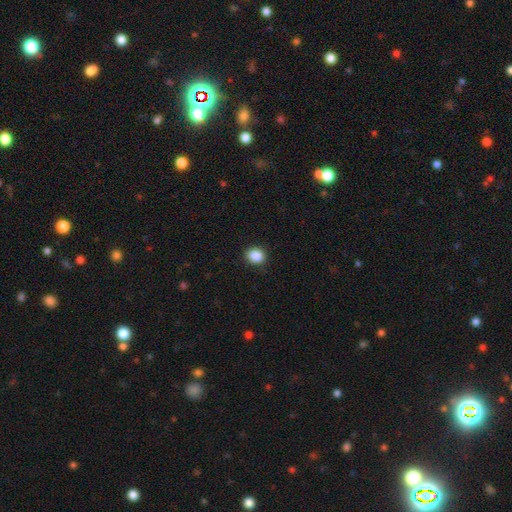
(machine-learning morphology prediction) Smooth or featured: smooth — 88% (star or artifact — 9%)
How rounded: round — 63% (in between — 36%)
Merging: none — 90% (minor disturbance — 7%)